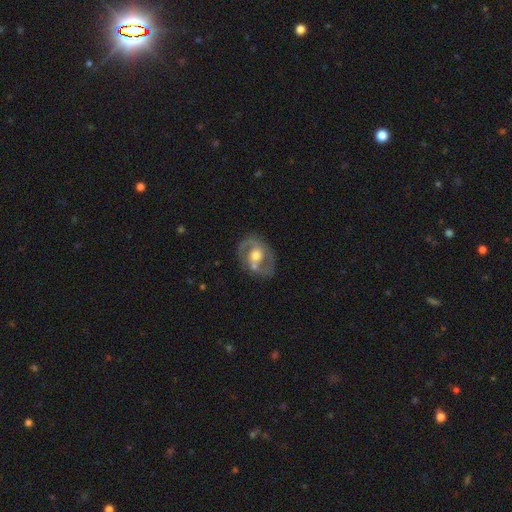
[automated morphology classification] smooth_or_featured: featured or disk (p=0.79) [alt: smooth p=0.16]
disk_edge_on: no (p=0.96) [alt: yes p=0.04]
bar: no (p=0.49) [alt: weak p=0.36]
has_spiral_arms: yes (p=0.77) [alt: no p=0.23]
spiral_winding: medium (p=0.53) [alt: tight p=0.27]
spiral_arm_count: 2 (p=0.85) [alt: can't tell p=0.07]
bulge_size: moderate (p=0.72) [alt: large p=0.14]
merging: none (p=0.73) [alt: minor disturbance p=0.15]